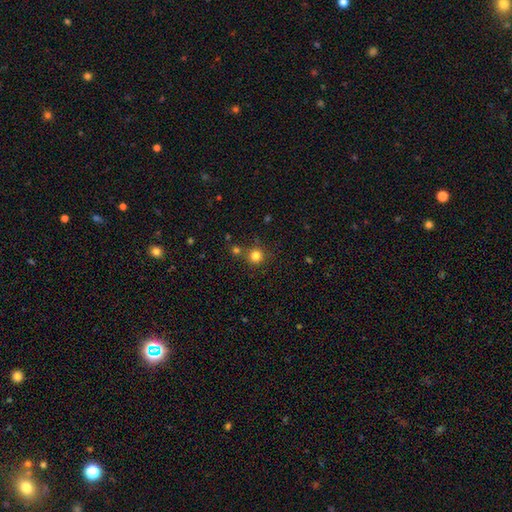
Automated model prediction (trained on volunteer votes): Smooth or featured?
  - smooth: 81% *
  - star or artifact: 14%
  - featured or disk: 5%
How rounded?
  - round: 93% *
  - in between: 6%
  - cigar-shaped: 1%
Merging?
  - none: 77% *
  - merger: 11%
  - minor disturbance: 8%
  - major disturbance: 3%